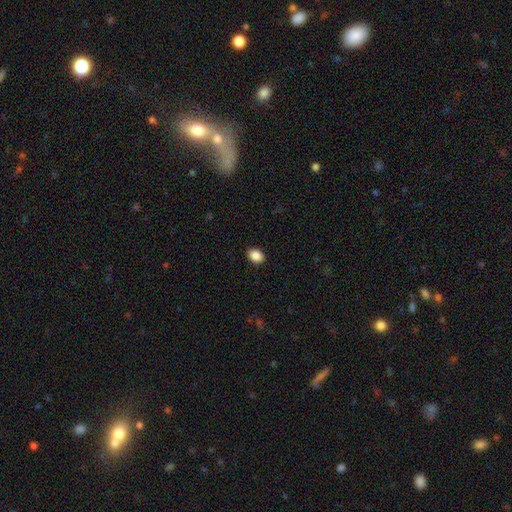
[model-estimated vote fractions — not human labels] A smooth galaxy with no disk features (89%) that is in between round and cigar-shaped (73%). Merging: none (90%).